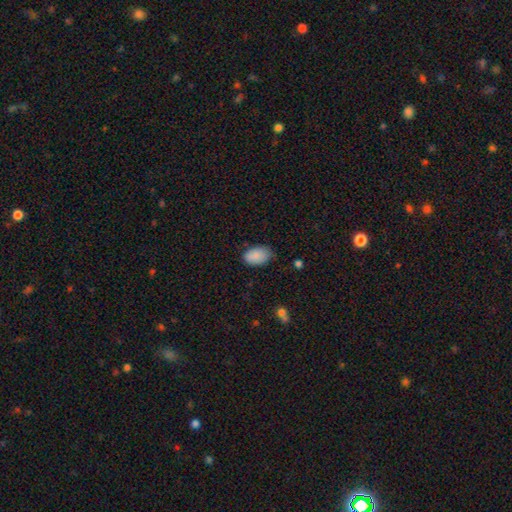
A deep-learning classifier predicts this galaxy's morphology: A smooth galaxy with no disk features (87%) that is in between round and cigar-shaped (91%).

Vote fractions:
- Smooth or featured? smooth: 87% / star or artifact: 7% / featured or disk: 6%
- How rounded? in between: 91% / round: 8% / cigar-shaped: 1%
- Merging? none: 71% / minor disturbance: 23% / major disturbance: 4% / merger: 1%